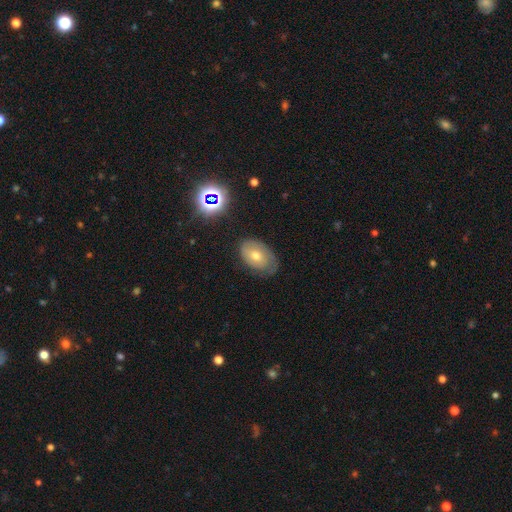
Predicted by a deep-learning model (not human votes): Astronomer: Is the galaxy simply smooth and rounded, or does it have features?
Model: featured or disk — 43% (runner-up: smooth, 42%).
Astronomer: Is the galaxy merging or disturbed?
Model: none — 67%.